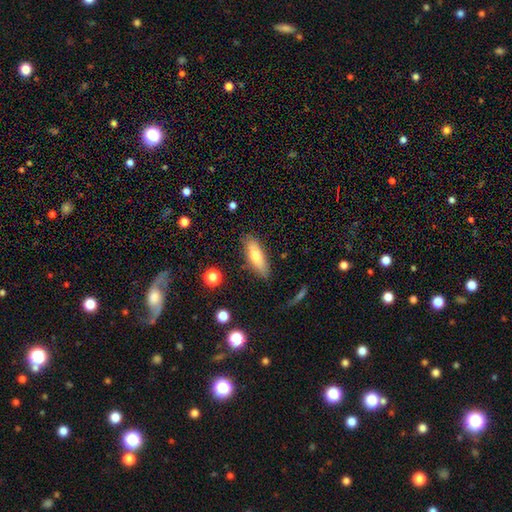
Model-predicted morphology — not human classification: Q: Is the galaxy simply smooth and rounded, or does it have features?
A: smooth — 68%.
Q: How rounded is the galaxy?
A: in between — 49%.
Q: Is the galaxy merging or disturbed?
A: none — 82%.